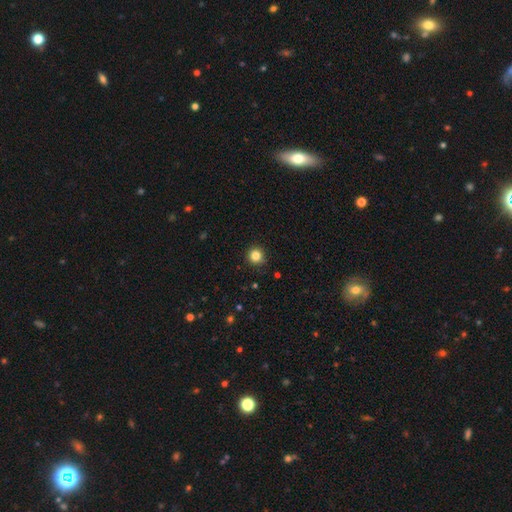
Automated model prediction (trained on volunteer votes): A smooth galaxy with no disk features (83%) that is round (94%). Merging: none (90%).